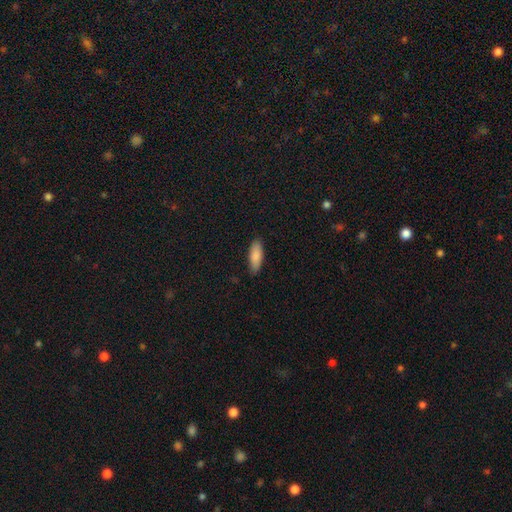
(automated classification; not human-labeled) Smooth or featured: smooth — 87% (featured or disk — 8%)
How rounded: in between — 65% (cigar-shaped — 33%)
Merging: none — 86% (minor disturbance — 11%)